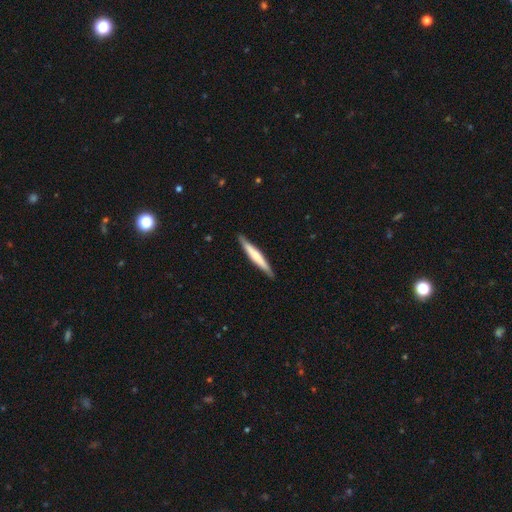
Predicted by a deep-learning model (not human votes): This appears to be a smooth galaxy with no disk features (51%) that is cigar-shaped (95%). Merging: none (89%).